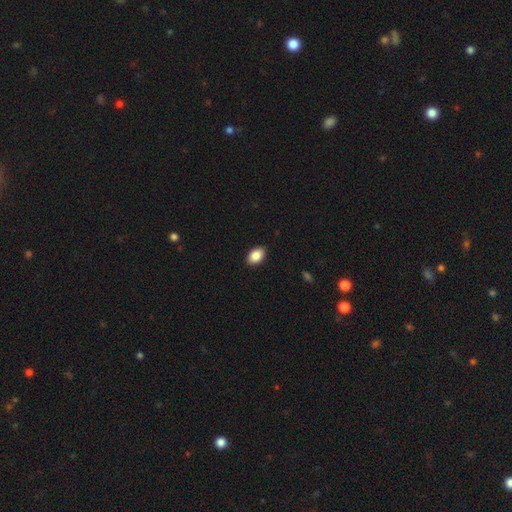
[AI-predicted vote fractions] Smooth or featured? smooth (87%)
How rounded? in between (86%)
Merging? none (89%)